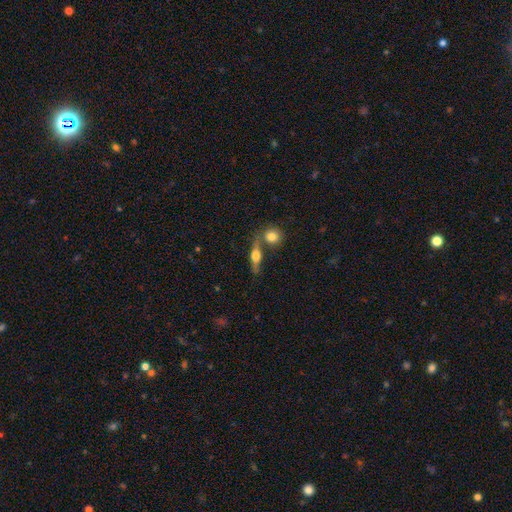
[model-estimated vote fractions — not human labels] smooth_or_featured: featured or disk (p=0.53) [alt: smooth p=0.39]
disk_edge_on: yes (p=0.90) [alt: no p=0.10]
merging: none (p=0.66) [alt: merger p=0.19]